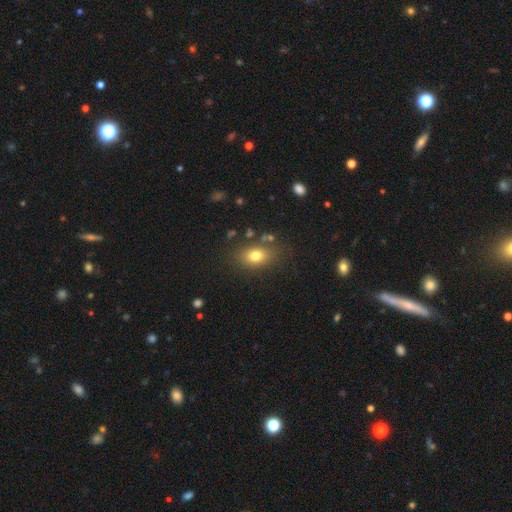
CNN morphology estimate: Smooth or featured? Predicted: smooth (p=0.77). How rounded? Predicted: in between (p=0.74). Merging? Predicted: none (p=0.78).